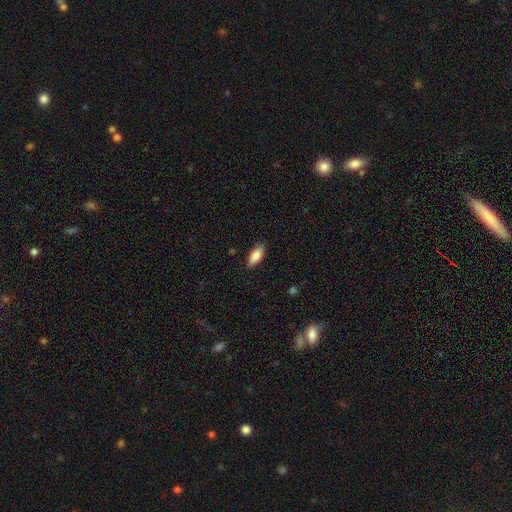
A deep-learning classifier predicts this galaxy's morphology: A smooth galaxy with no disk features (82%) that is in between round and cigar-shaped (74%). Merging: none (84%).